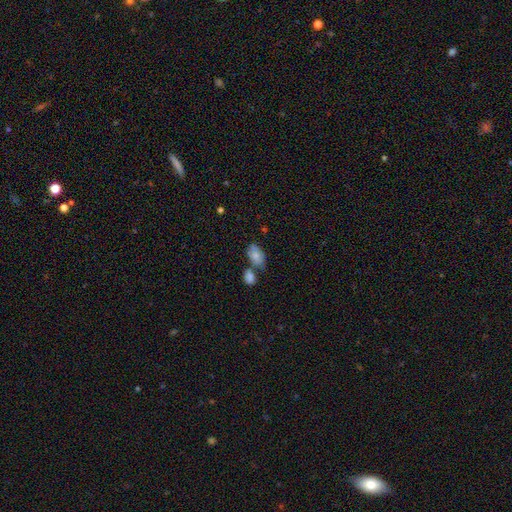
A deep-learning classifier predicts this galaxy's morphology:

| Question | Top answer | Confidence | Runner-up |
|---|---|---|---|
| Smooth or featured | smooth | 74% | featured or disk (18%) |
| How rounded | in between | 89% | round (8%) |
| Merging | none | 39% | merger (34%) |